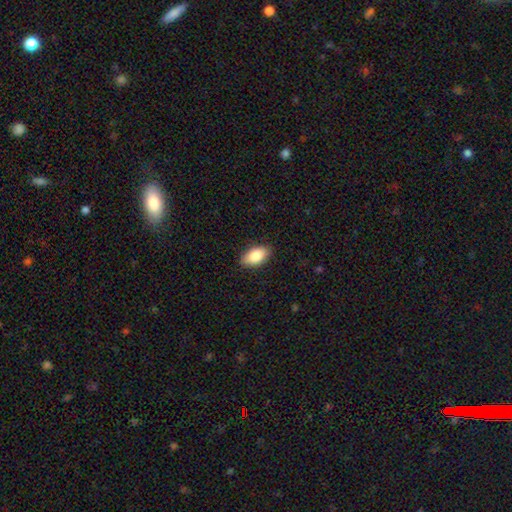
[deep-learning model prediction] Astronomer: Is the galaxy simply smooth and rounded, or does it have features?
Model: smooth — 85%.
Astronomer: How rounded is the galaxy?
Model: in between — 93%.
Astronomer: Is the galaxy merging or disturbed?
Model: none — 88%.